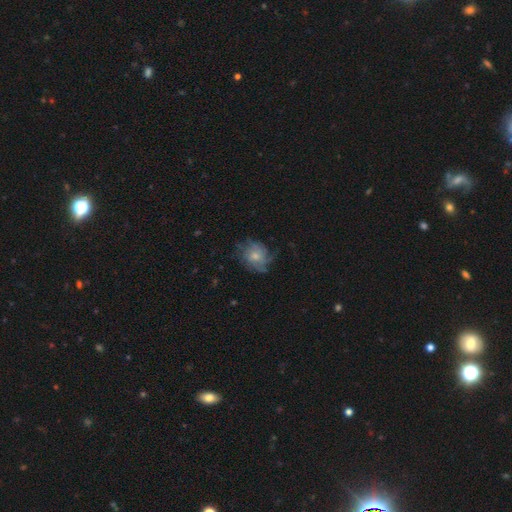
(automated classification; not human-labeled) The model was most divided on "smooth or featured": featured or disk: 50%, smooth: 41%, star or artifact: 9%. More confident: edge-on disk — no (97%); merging — none (58%).